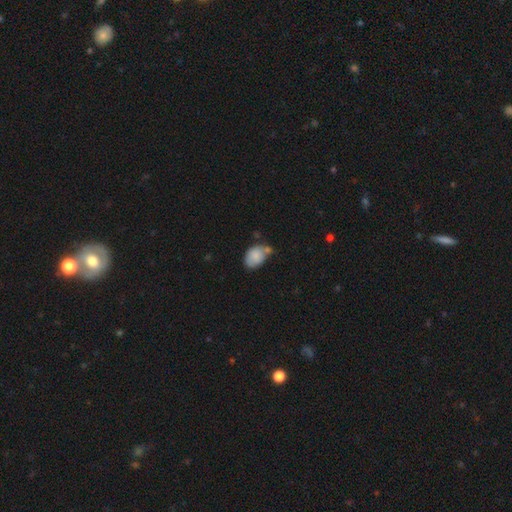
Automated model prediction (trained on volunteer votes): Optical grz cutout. It shows a smooth galaxy with no disk features (83%) that is in between round and cigar-shaped (77%). Merging: none (42%).